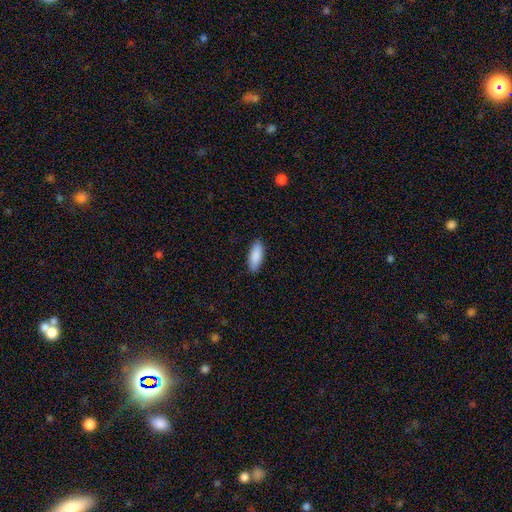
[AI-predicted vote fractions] A smooth galaxy with no disk features (89%) that is in between round and cigar-shaped (74%).

Vote fractions:
- Smooth or featured? smooth: 89% / featured or disk: 6% / star or artifact: 5%
- How rounded? in between: 74% / cigar-shaped: 24% / round: 2%
- Merging? none: 88% / minor disturbance: 9% / major disturbance: 2% / merger: 1%